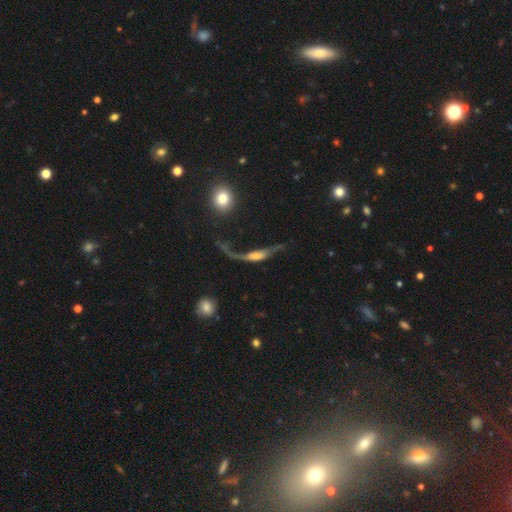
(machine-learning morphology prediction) smooth_or_featured: featured or disk (p=0.69) [alt: smooth p=0.22]
disk_edge_on: no (p=0.67) [alt: yes p=0.33]
merging: major disturbance (p=0.49) [alt: none p=0.27]